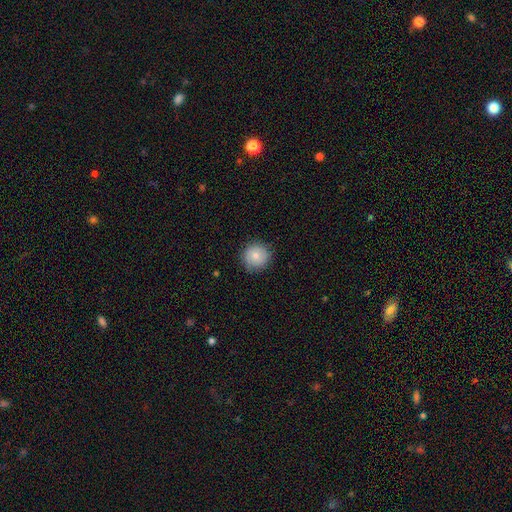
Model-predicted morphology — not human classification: A smooth galaxy with no disk features (74%) that is round (93%).

Vote fractions:
- Smooth or featured? smooth: 74% / featured or disk: 18% / star or artifact: 8%
- How rounded? round: 93% / in between: 6% / cigar-shaped: 1%
- Merging? none: 85% / minor disturbance: 12% / major disturbance: 3% / merger: 1%